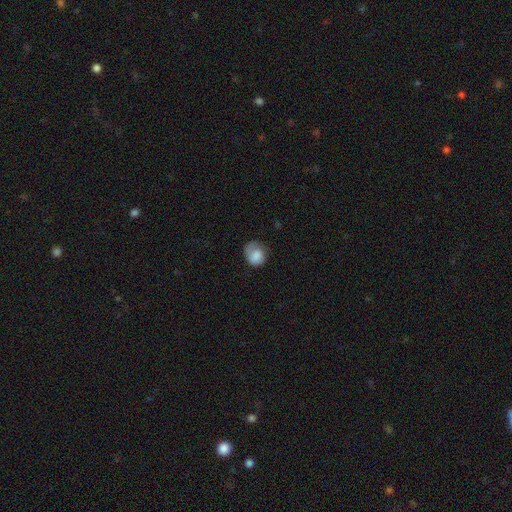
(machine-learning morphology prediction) The model was most divided on "merging": none: 46%, minor disturbance: 30%, major disturbance: 21%, merger: 2%. More confident: smooth or featured — smooth (76%); how rounded — round (62%).